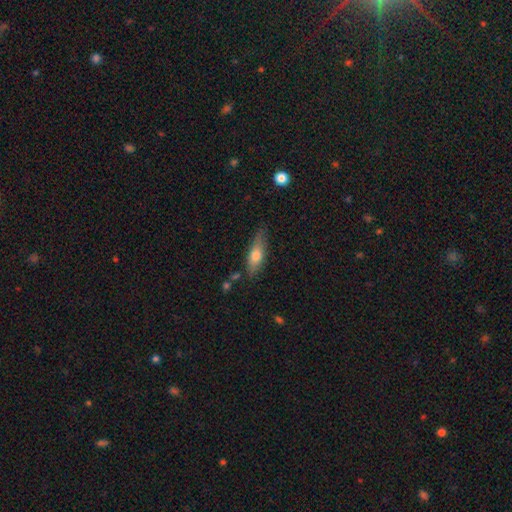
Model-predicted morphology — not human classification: type=smooth (65%); roundness=in between (52%); merging=none (72%).